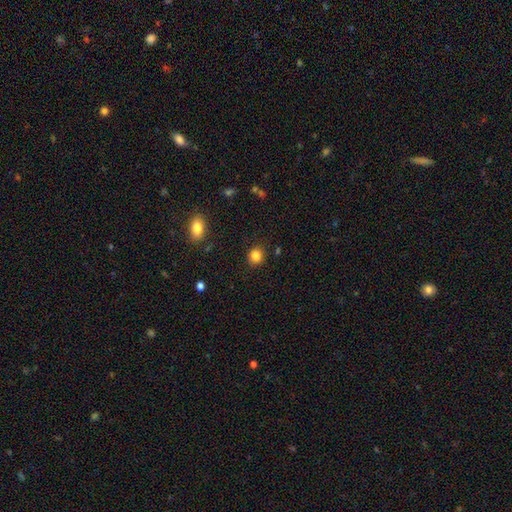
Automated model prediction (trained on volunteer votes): smooth_or_featured: smooth (p=0.85) [alt: star or artifact p=0.11]
how_rounded: round (p=0.78) [alt: in between p=0.21]
merging: none (p=0.88) [alt: minor disturbance p=0.08]